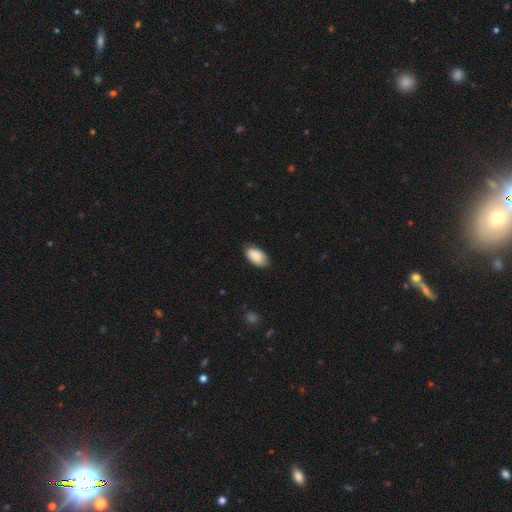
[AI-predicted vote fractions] The model was most divided on "merging": none: 81%, minor disturbance: 15%, major disturbance: 2%, merger: 1%. More confident: how rounded — in between (95%); smooth or featured — smooth (89%).